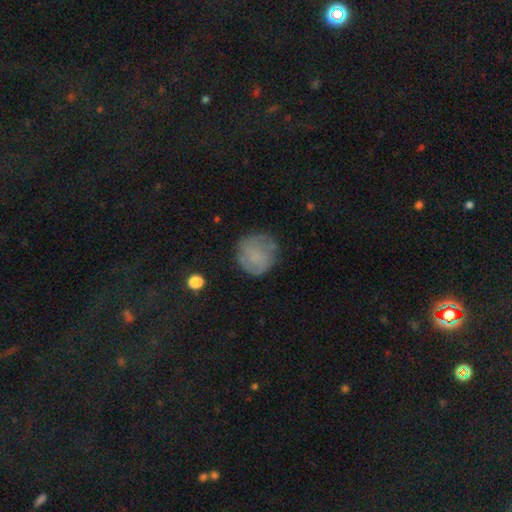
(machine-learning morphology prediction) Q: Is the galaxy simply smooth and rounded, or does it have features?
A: smooth — 67%.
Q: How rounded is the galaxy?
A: round — 88%.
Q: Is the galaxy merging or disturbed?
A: none — 65%.